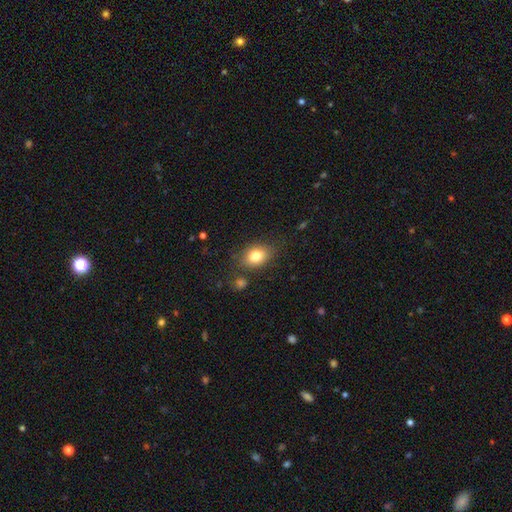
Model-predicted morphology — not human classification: Smooth or featured? Predicted: smooth (p=0.80). How rounded? Predicted: in between (p=0.68). Merging? Predicted: none (p=0.77).